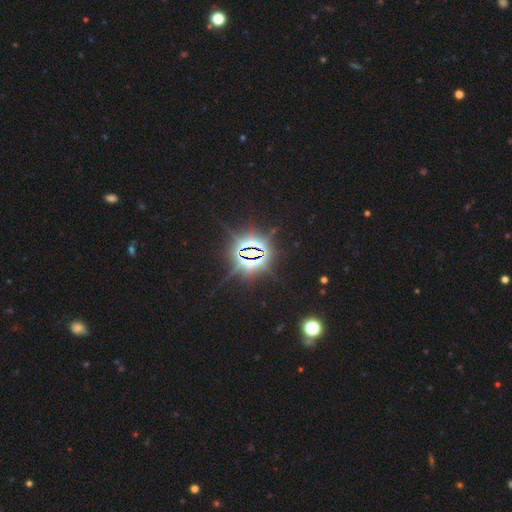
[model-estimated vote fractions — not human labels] star or artifact 86%, featured or disk 8%, smooth 6%.